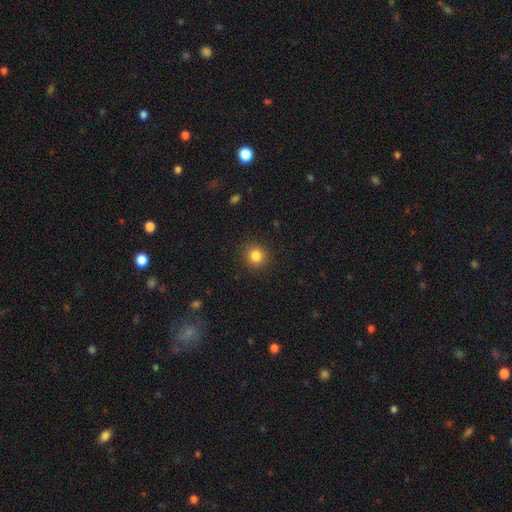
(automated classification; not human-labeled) A smooth galaxy with no disk features (84%) that is round (92%). Merging: none (91%).